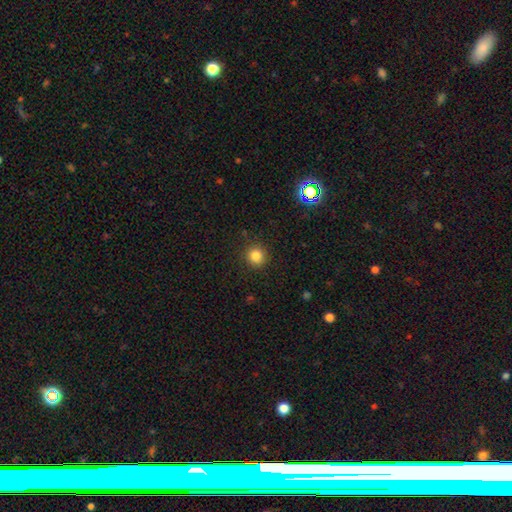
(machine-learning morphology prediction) Smooth or featured?
  - smooth: 83% *
  - star or artifact: 13%
  - featured or disk: 4%
How rounded?
  - round: 92% *
  - in between: 7%
  - cigar-shaped: 1%
Merging?
  - none: 90% *
  - minor disturbance: 7%
  - major disturbance: 2%
  - merger: 1%